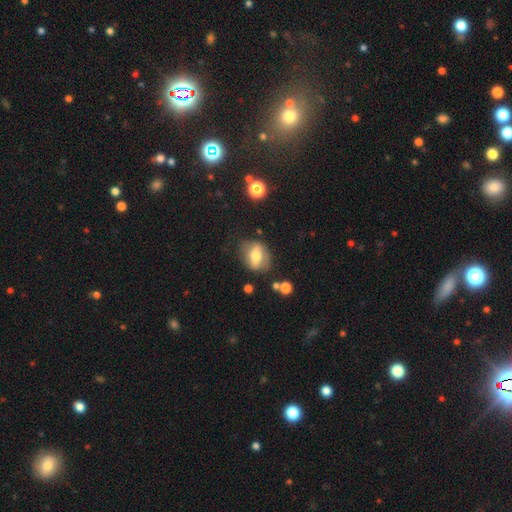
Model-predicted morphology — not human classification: A smooth galaxy with no disk features (50%) that is in between round and cigar-shaped (65%). Merging: none (69%).